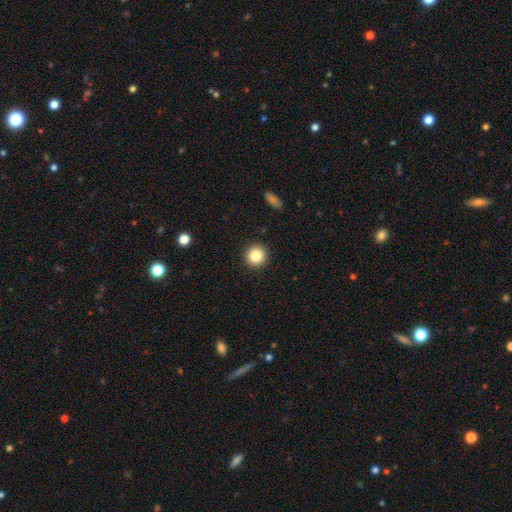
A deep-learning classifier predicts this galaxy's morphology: Smooth or featured?
  - smooth: 85% *
  - star or artifact: 10%
  - featured or disk: 5%
How rounded?
  - round: 94% *
  - in between: 5%
  - cigar-shaped: 1%
Merging?
  - none: 92% *
  - minor disturbance: 5%
  - major disturbance: 2%
  - merger: 1%